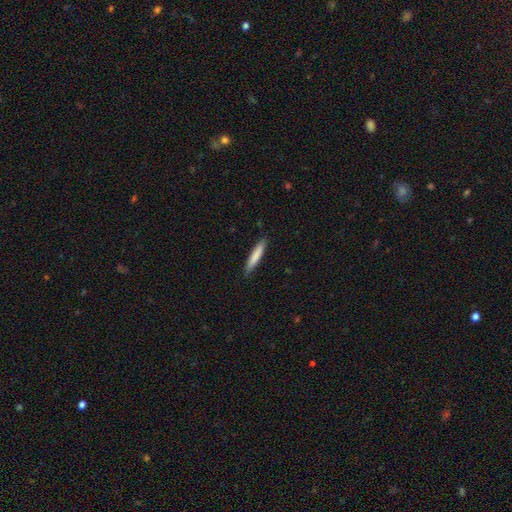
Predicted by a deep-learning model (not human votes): A smooth galaxy with no disk features (82%) that is cigar-shaped (91%).

Vote fractions:
- Smooth or featured? smooth: 82% / featured or disk: 13% / star or artifact: 5%
- How rounded? cigar-shaped: 91% / in between: 7% / round: 1%
- Merging? none: 89% / minor disturbance: 8% / major disturbance: 2% / merger: 1%